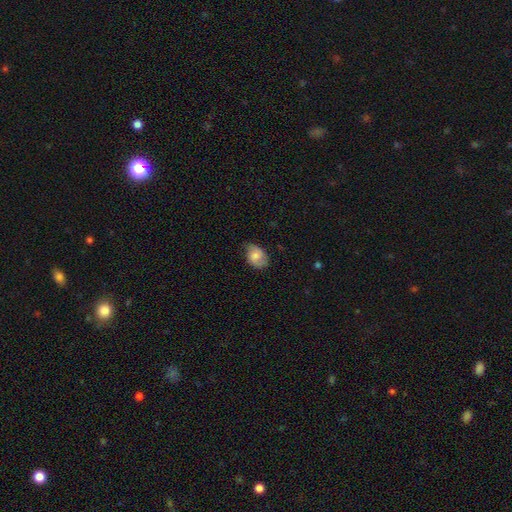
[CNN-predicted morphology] type=smooth (66%); roundness=in between (73%); merging=none (61%).